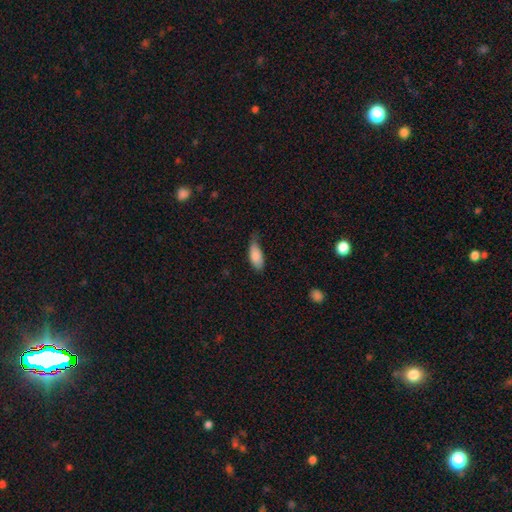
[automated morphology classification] type=smooth (85%); roundness=in between (82%); merging=minor disturbance (44%).